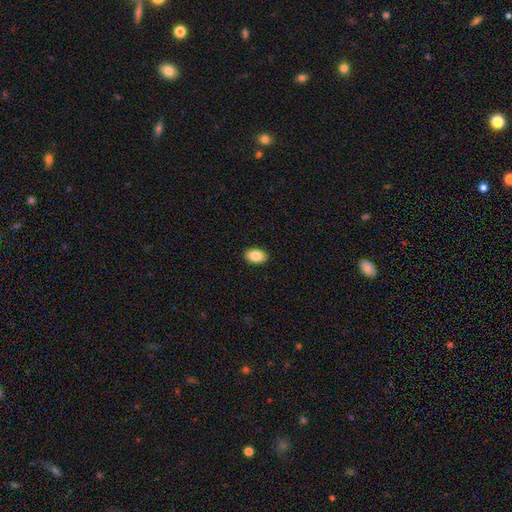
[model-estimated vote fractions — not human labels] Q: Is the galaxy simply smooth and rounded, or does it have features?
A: smooth — 85%.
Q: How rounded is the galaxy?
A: in between — 88%.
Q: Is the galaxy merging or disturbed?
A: none — 91%.